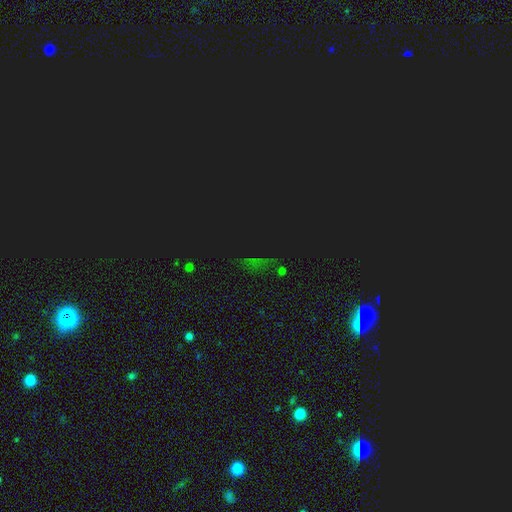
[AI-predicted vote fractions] Overall: star or artifact (76%).